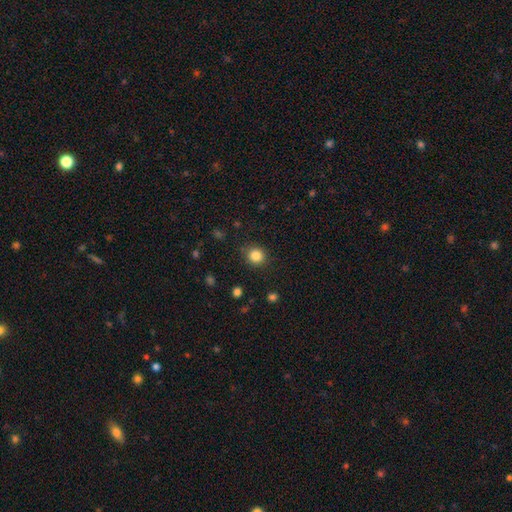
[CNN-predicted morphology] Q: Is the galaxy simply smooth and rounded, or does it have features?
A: smooth — 84%.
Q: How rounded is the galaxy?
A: round — 87%.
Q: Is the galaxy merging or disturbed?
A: none — 88%.